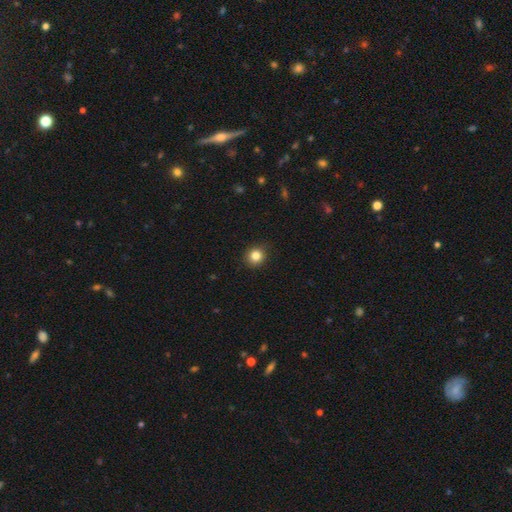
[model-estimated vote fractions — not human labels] A smooth galaxy with no disk features (84%) that is round (86%). Merging: none (88%).